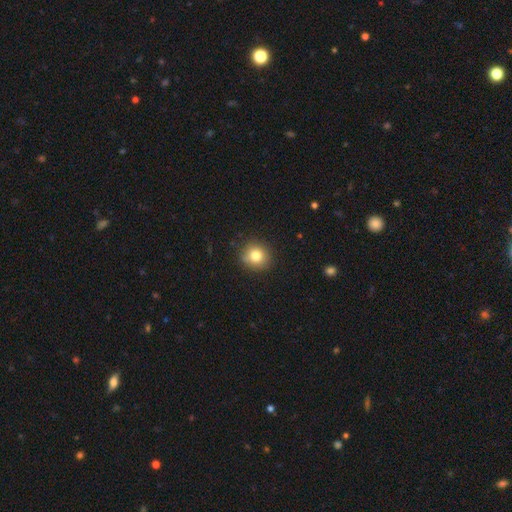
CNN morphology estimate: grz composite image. It shows a smooth galaxy with no disk features (80%) that is round (85%). Merging: none (88%).